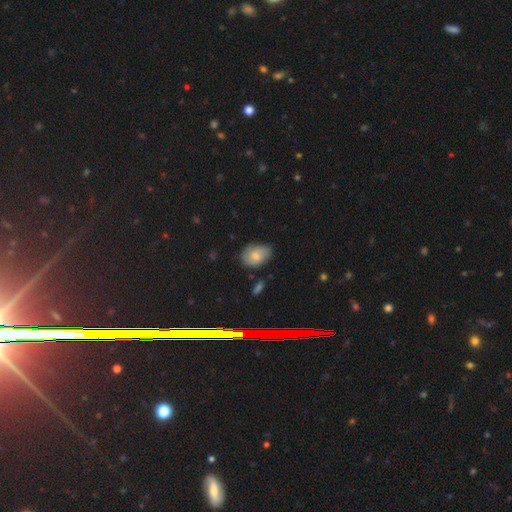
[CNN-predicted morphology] smooth 77%, featured or disk 14%, star or artifact 10%. Down the decision tree: how rounded — in between (74%); merging — none (65%).